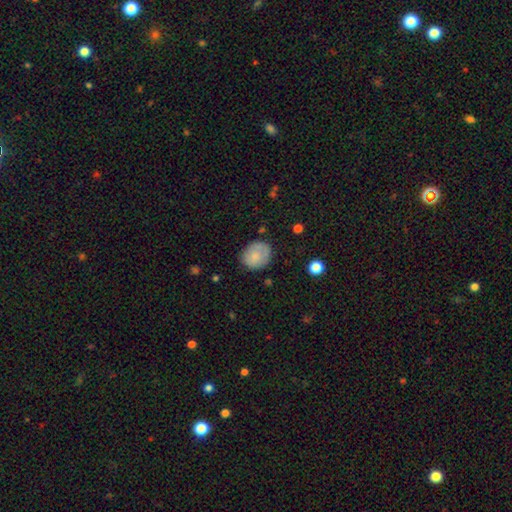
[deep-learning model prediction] smooth 77%, featured or disk 15%, star or artifact 8%. Down the decision tree: how rounded — round (69%); merging — none (74%).